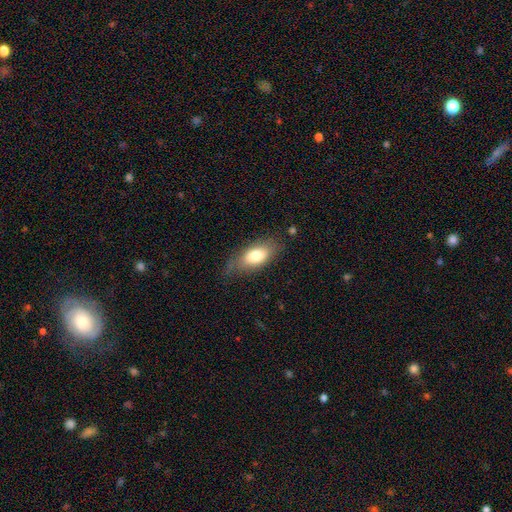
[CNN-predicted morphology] Smooth or featured? smooth (75%)
How rounded? in between (87%)
Merging? none (66%)